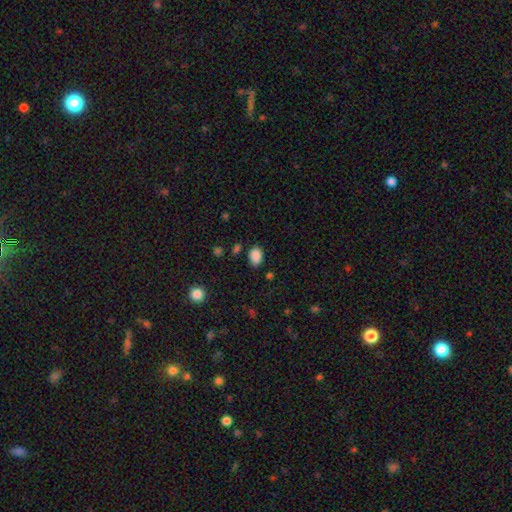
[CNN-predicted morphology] smooth-or-featured: smooth: 87% | star or artifact: 10% | featured or disk: 3%
  how-rounded: in between: 84% | round: 15% | cigar-shaped: 1%
  merging: none: 79% | minor disturbance: 14% | major disturbance: 4% | merger: 3%